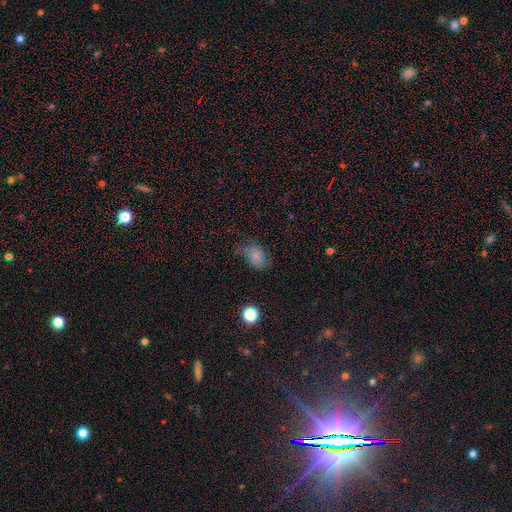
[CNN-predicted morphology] Smooth or featured?
  - smooth: 65% *
  - featured or disk: 22%
  - star or artifact: 13%
How rounded?
  - in between: 77% *
  - round: 21%
  - cigar-shaped: 1%
Merging?
  - none: 44% *
  - minor disturbance: 33%
  - major disturbance: 20%
  - merger: 2%